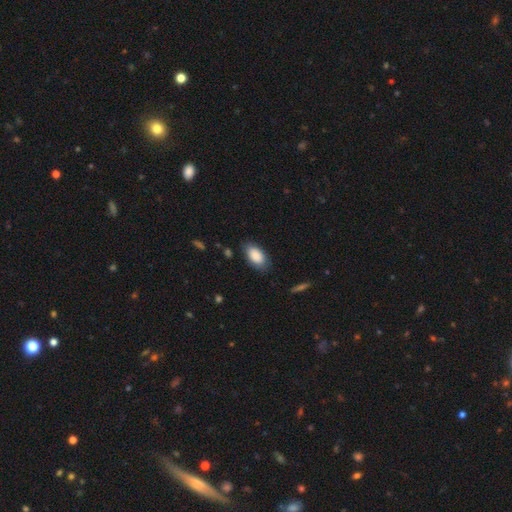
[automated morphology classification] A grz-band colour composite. It shows a smooth galaxy with no disk features (88%) that is in between round and cigar-shaped (94%). Merging: none (81%).